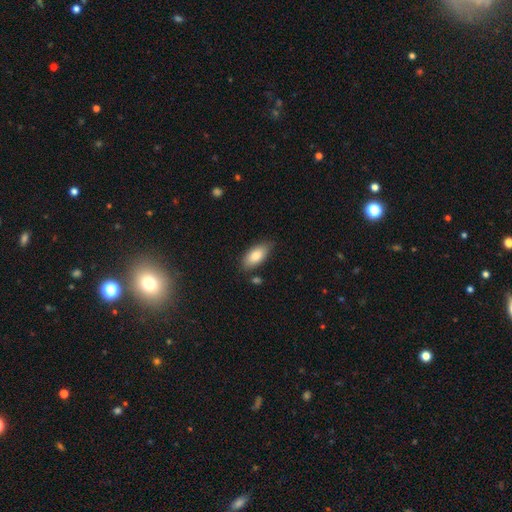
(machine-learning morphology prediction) The model was most divided on "merging": none: 78%, minor disturbance: 16%, merger: 4%, major disturbance: 3%. More confident: how rounded — in between (90%); smooth or featured — smooth (81%).